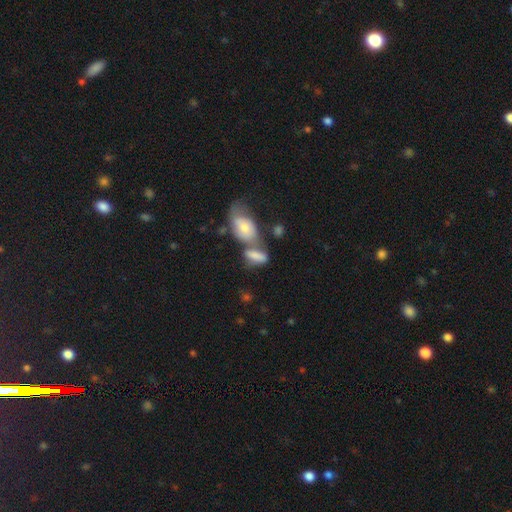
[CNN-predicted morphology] type=smooth (72%); roundness=in between (82%); merging=merger (55%).